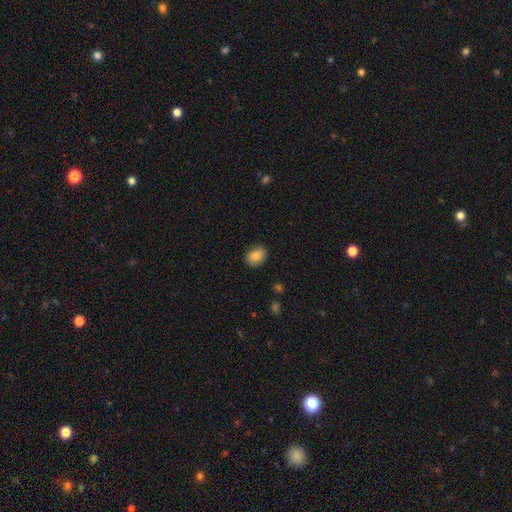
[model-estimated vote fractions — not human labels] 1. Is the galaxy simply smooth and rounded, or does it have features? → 85% smooth, 8% star or artifact, 7% featured or disk.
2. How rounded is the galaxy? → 50% round, 49% in between, 1% cigar-shaped.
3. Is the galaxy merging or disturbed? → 86% none, 11% minor disturbance, 2% major disturbance, 1% merger.